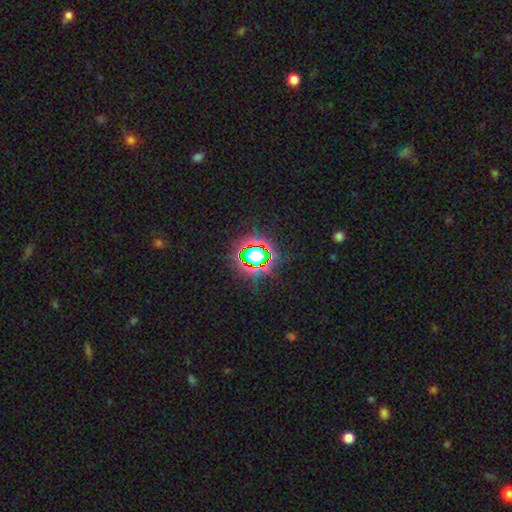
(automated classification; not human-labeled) Smooth or featured: star or artifact — 71% (smooth — 18%)